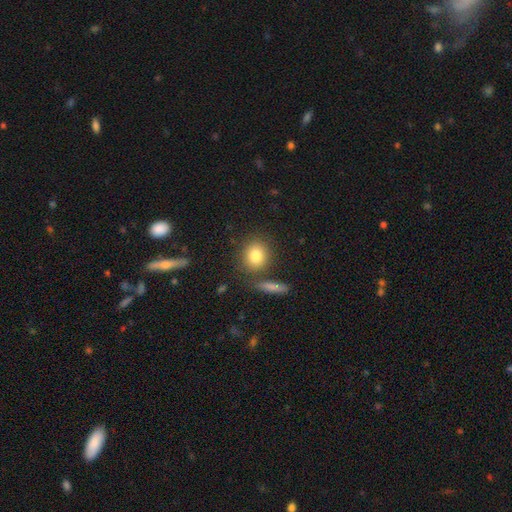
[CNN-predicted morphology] A smooth galaxy with no disk features (82%) that is round (78%). Merging: none (77%).